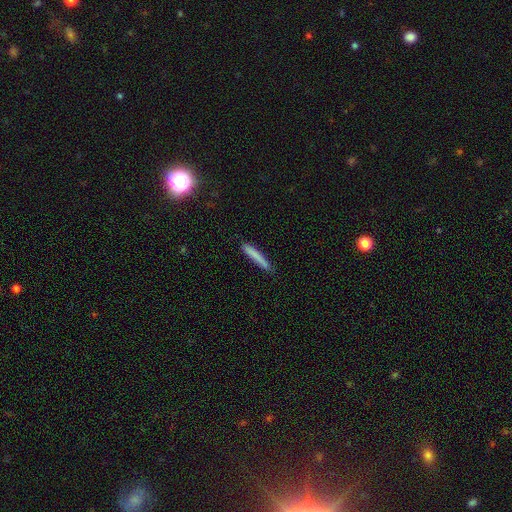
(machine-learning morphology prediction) Q: Smooth or featured?
A: smooth (78%); runner-up: featured or disk (16%)
Q: How rounded?
A: cigar-shaped (95%); runner-up: in between (3%)
Q: Merging?
A: none (86%); runner-up: minor disturbance (11%)